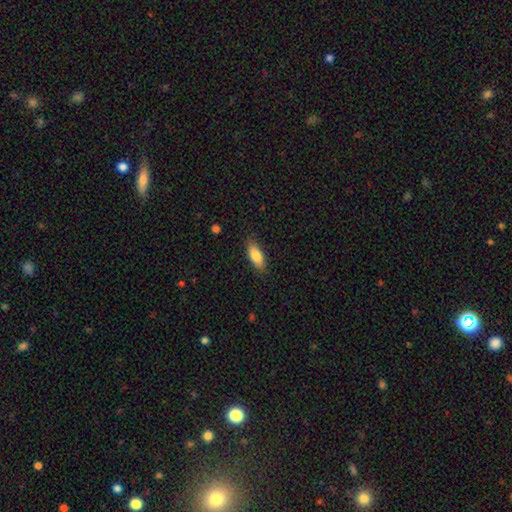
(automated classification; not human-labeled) Smooth or featured: smooth — 82% (featured or disk — 12%)
How rounded: in between — 73% (cigar-shaped — 25%)
Merging: none — 85% (minor disturbance — 12%)